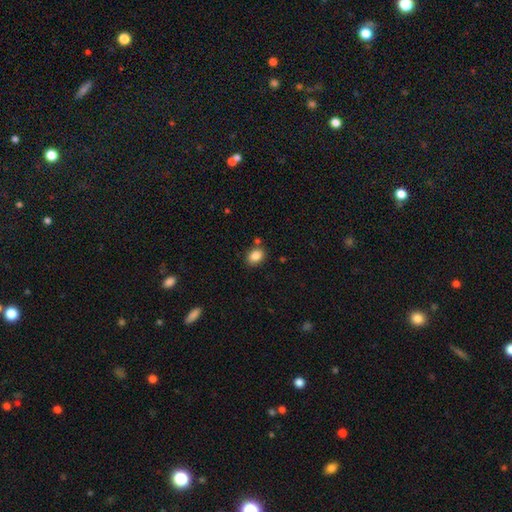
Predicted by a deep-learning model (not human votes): smooth-or-featured: smooth: 85% | star or artifact: 9% | featured or disk: 5%
  how-rounded: in between: 62% | round: 37% | cigar-shaped: 1%
  merging: none: 78% | minor disturbance: 12% | merger: 7% | major disturbance: 3%